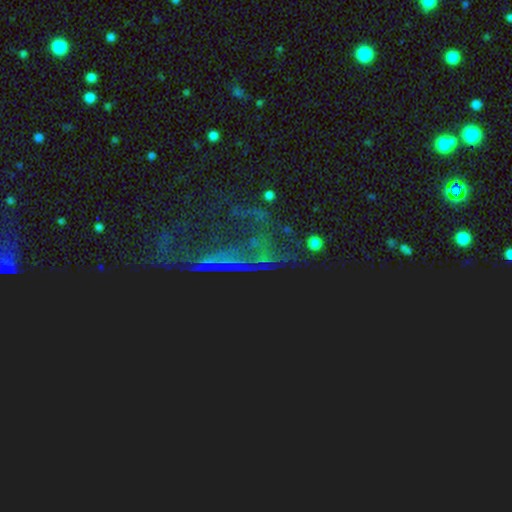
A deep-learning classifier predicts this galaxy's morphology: Smooth or featured: star or artifact — 52% (featured or disk — 31%)